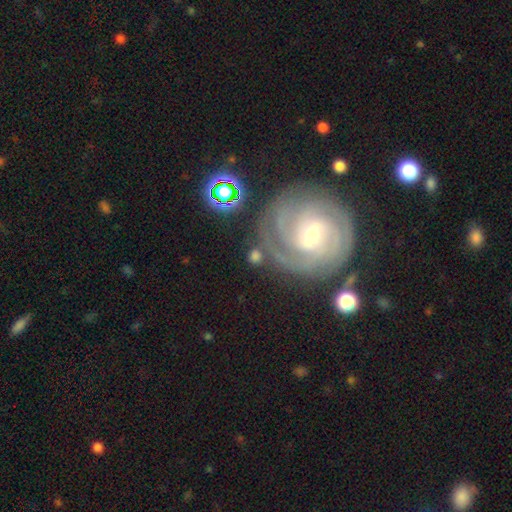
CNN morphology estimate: A smooth galaxy with no disk features (50%) that is round (75%). Merging: none (70%).